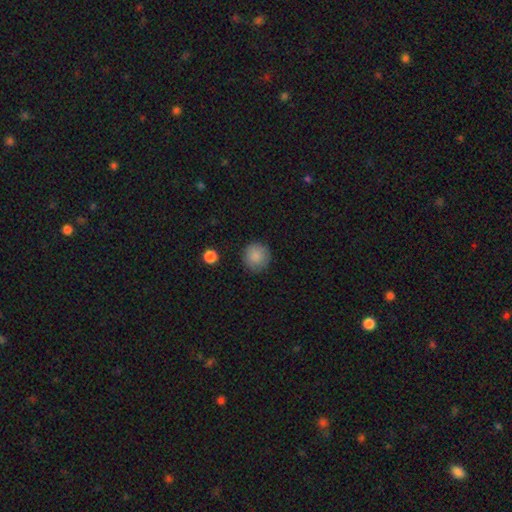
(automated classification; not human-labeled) This is clearly a smooth galaxy (87%). How rounded: clearly round (93%). Merging: clearly none (88%).